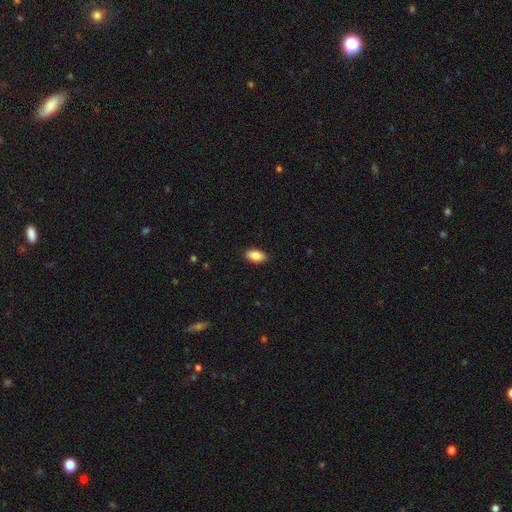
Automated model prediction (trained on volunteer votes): Overall: smooth (88%). How rounded: in between (93%). Merging: none (89%).